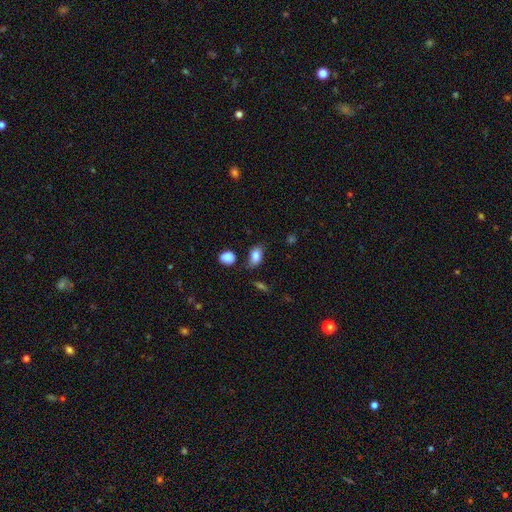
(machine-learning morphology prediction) A smooth galaxy with no disk features (82%) that is in between round and cigar-shaped (83%).

Vote fractions:
- Smooth or featured? smooth: 82% / featured or disk: 10% / star or artifact: 8%
- How rounded? in between: 83% / round: 14% / cigar-shaped: 3%
- Merging? none: 73% / minor disturbance: 18% / merger: 5% / major disturbance: 4%